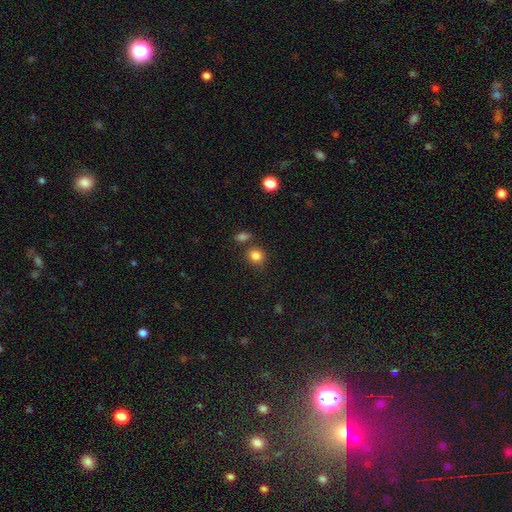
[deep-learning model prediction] This appears to be a smooth galaxy with no disk features (84%) that is round (80%). Merging: none (76%).